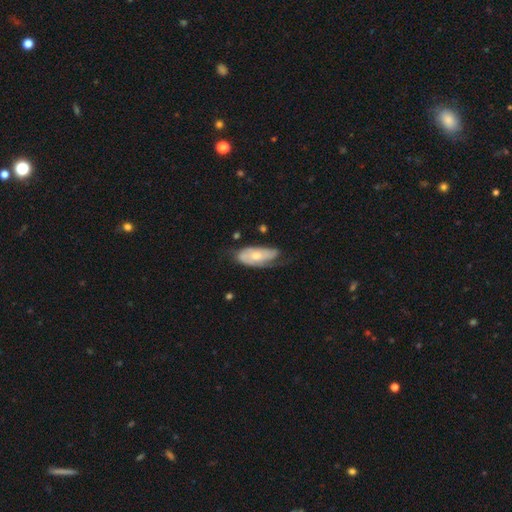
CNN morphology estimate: type=featured or disk (54%); edge-on=no (88%); merging=none (48%).